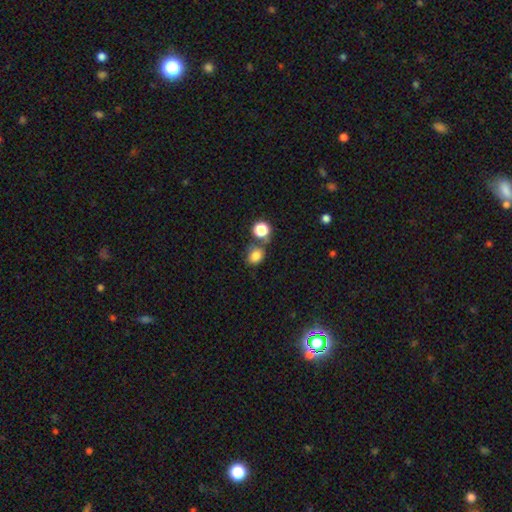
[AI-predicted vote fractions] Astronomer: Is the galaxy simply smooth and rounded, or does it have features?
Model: smooth — 80%.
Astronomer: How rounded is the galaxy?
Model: round — 59% (runner-up: in between, 40%).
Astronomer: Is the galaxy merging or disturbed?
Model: none — 62%.